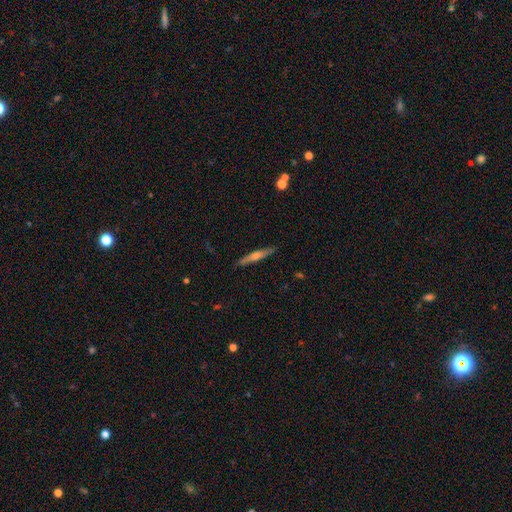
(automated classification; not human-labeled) smooth-or-featured: featured or disk: 63% | smooth: 30% | star or artifact: 7%
  disk-edge-on: yes: 95% | no: 5%
    edge-on-bulge: rounded: 80% | none: 13% | boxy: 7%
  merging: none: 89% | minor disturbance: 8% | major disturbance: 2% | merger: 1%